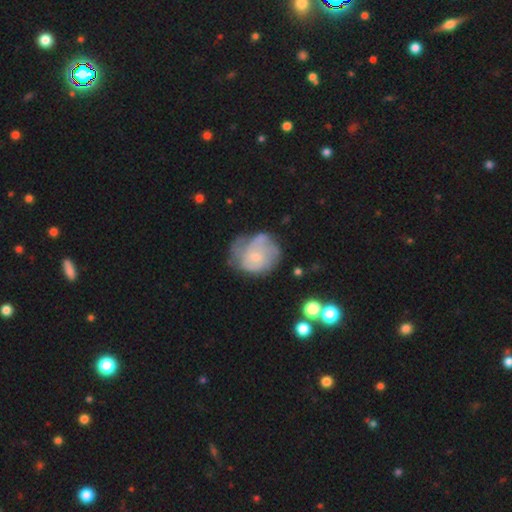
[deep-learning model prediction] A featured or disk galaxy (61%) with no bar (74%), spiral arms (74%) and a small central bulge (68%).

Vote fractions:
- Smooth or featured? featured or disk: 61% / smooth: 31% / star or artifact: 8%
- Edge-on disk? no: 98% / yes: 2%
- Bar? no: 74% / weak: 23% / strong: 3%
- Spiral arms? yes: 74% / no: 26%
- Bulge size? small: 68% / moderate: 21% / none: 8% / large: 1% / dominant: 1%
- Merging? none: 45% / minor disturbance: 30% / major disturbance: 21% / merger: 4%